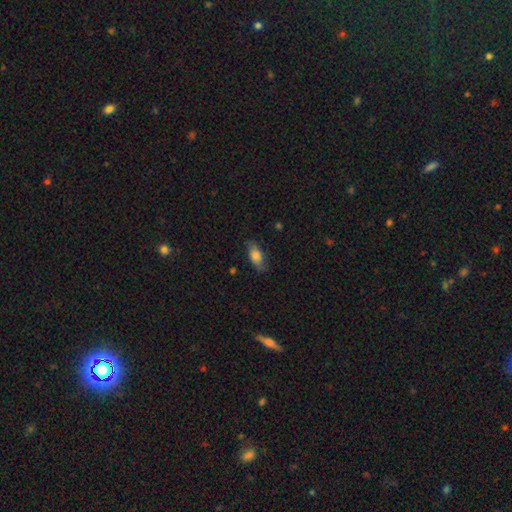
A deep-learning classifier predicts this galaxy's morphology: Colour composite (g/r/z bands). It shows a smooth galaxy with no disk features (69%) that is in between round and cigar-shaped (83%). Merging: none (75%).